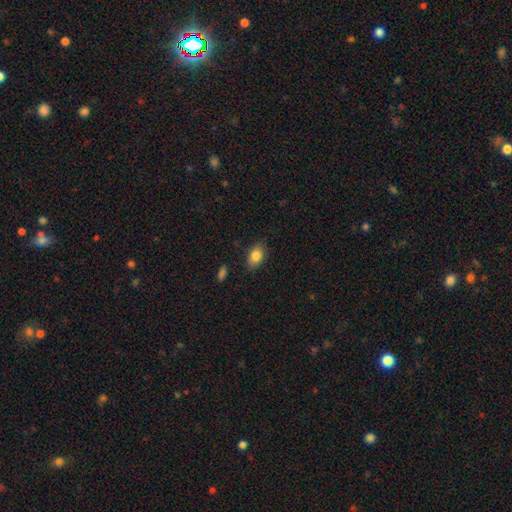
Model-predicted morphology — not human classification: type=smooth (85%); roundness=in between (86%); merging=none (85%).